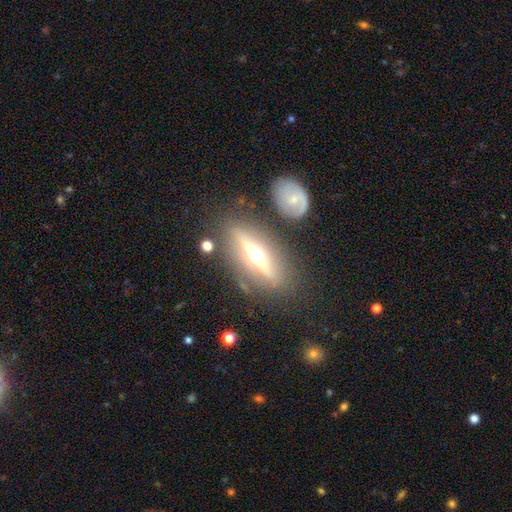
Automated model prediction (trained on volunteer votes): Smooth or featured? Predicted: featured or disk (p=0.71). Edge-on disk? Predicted: yes (p=0.86). Edge-on bulge? Predicted: rounded (p=0.94). Merging? Predicted: none (p=0.79).